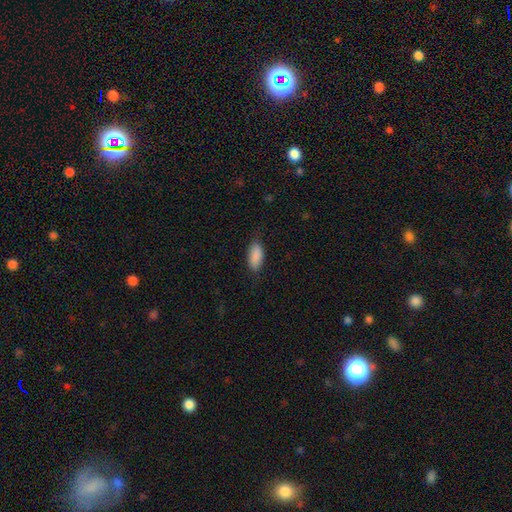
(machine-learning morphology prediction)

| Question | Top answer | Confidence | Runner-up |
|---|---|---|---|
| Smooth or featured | smooth | 90% | star or artifact (6%) |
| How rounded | in between | 88% | cigar-shaped (10%) |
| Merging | none | 81% | minor disturbance (15%) |